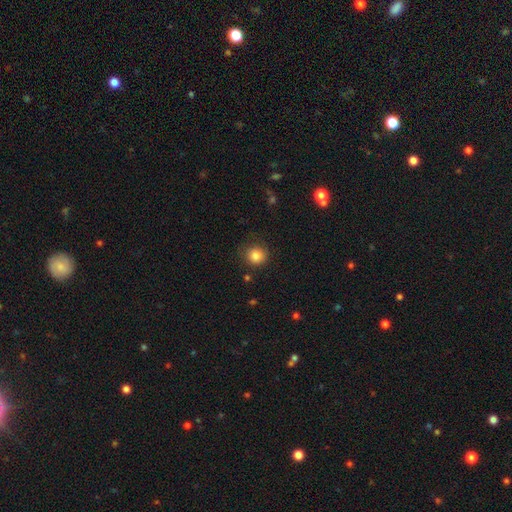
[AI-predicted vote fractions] Smooth or featured? smooth (85%)
How rounded? round (89%)
Merging? none (83%)